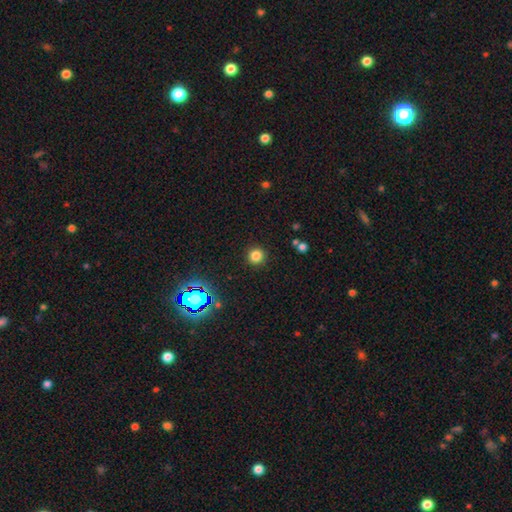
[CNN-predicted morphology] Smooth or featured? smooth (80%)
How rounded? round (95%)
Merging? none (91%)